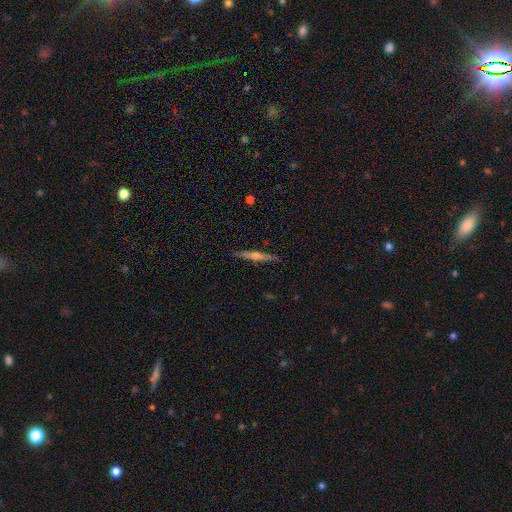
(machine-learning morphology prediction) This appears to be a featured or disk galaxy (69%) viewed edge-on (98%) with a rounded central bulge (82%). Merging: none (91%).